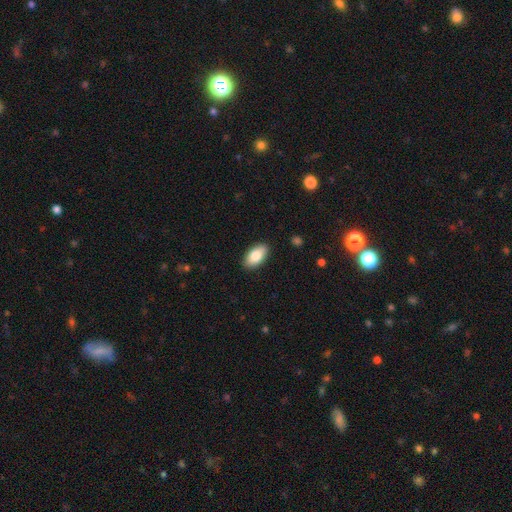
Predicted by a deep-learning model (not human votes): Smooth or featured?
  - smooth: 82% *
  - featured or disk: 12%
  - star or artifact: 6%
How rounded?
  - in between: 94% *
  - round: 3%
  - cigar-shaped: 3%
Merging?
  - none: 88% *
  - minor disturbance: 9%
  - major disturbance: 2%
  - merger: 1%